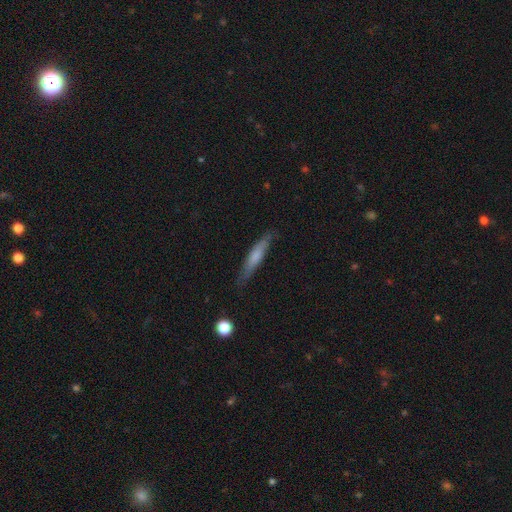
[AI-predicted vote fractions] The model was most divided on "smooth or featured": smooth: 61%, featured or disk: 33%, star or artifact: 6%. More confident: how rounded — cigar-shaped (88%); merging — none (79%).